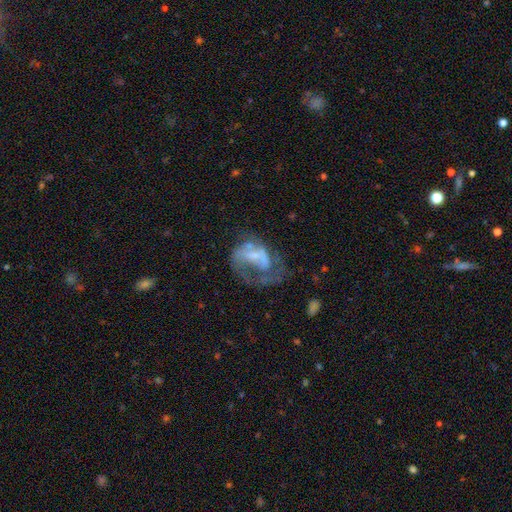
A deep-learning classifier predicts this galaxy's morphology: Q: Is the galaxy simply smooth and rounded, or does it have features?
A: featured or disk — 66%.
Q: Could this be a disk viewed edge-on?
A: no — 97%.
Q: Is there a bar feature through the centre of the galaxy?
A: no — 52%.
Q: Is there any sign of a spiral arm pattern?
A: yes — 58%.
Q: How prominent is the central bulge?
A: small — 37%.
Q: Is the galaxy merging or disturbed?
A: major disturbance — 50%.